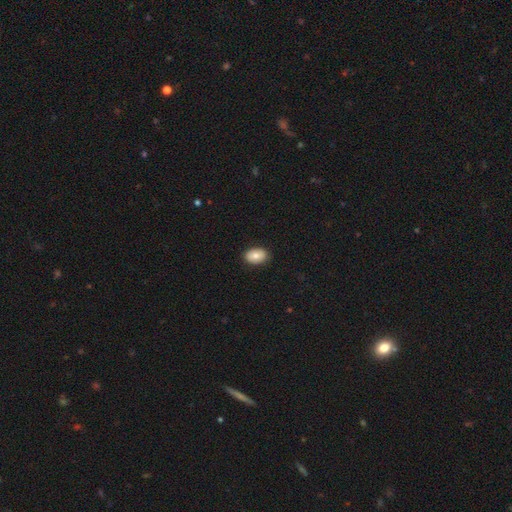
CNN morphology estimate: Overall: smooth (79%). How rounded: in between (85%). Merging: none (88%).